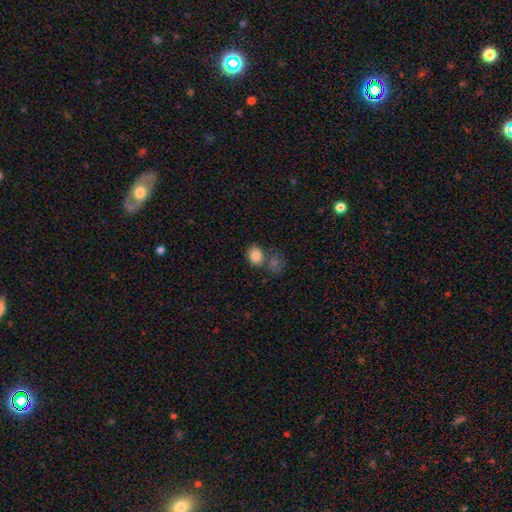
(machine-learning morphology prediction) A smooth galaxy with no disk features (84%) that is round (52%). Merging: none (53%).